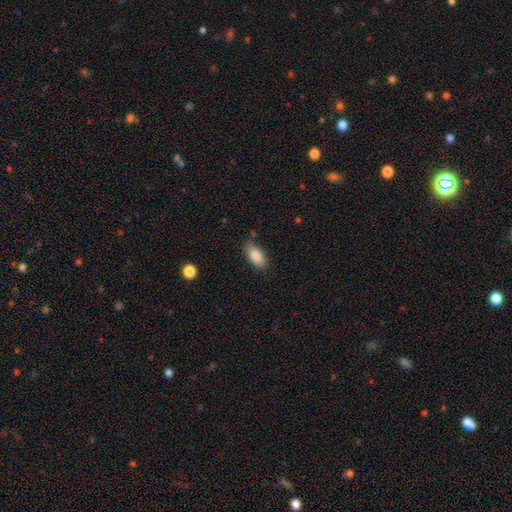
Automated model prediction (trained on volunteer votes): smooth 85%, featured or disk 8%, star or artifact 7%. Down the decision tree: how rounded — in between (89%); merging — none (80%).